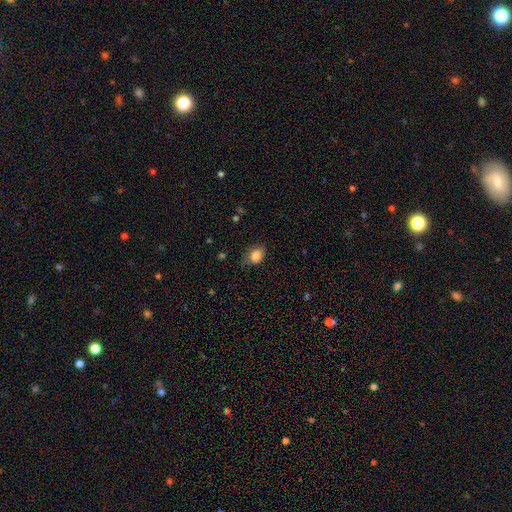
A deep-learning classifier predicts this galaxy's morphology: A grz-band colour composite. It shows a smooth galaxy with no disk features (85%) that is in between round and cigar-shaped (63%). Merging: none (67%).